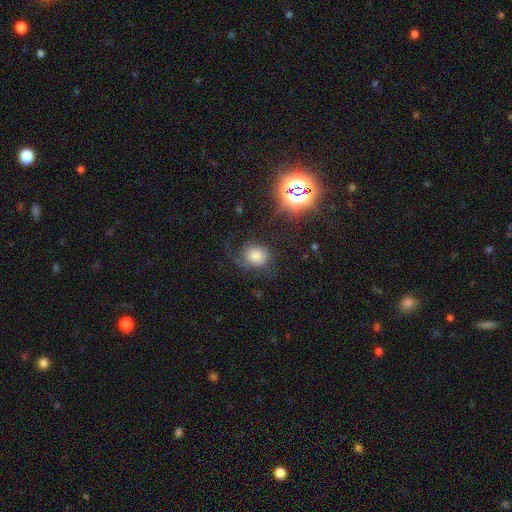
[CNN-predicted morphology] A smooth galaxy with no disk features (51%) that is round (68%).

Vote fractions:
- Smooth or featured? smooth: 51% / featured or disk: 30% / star or artifact: 19%
- How rounded? round: 68% / in between: 31% / cigar-shaped: 1%
- Merging? none: 56% / major disturbance: 22% / minor disturbance: 20% / merger: 2%